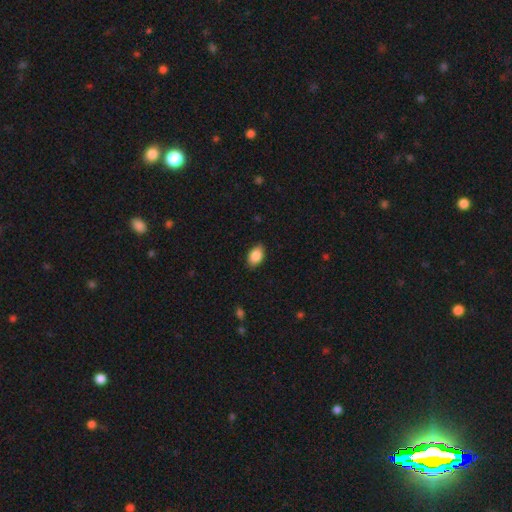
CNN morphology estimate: Smooth or featured? Predicted: smooth (p=0.88). How rounded? Predicted: in between (p=0.90). Merging? Predicted: none (p=0.87).